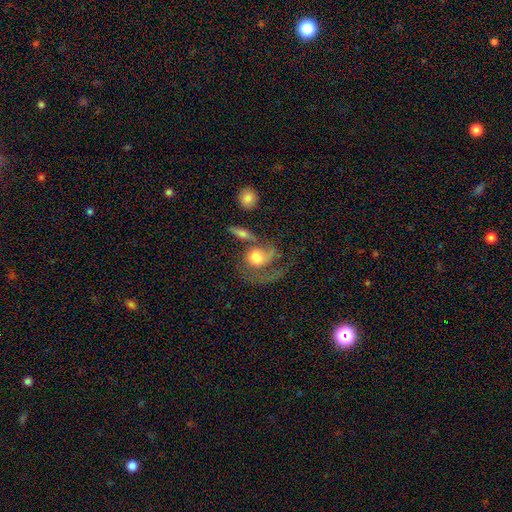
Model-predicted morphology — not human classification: smooth_or_featured: featured or disk (p=0.68) [alt: smooth p=0.24]
disk_edge_on: no (p=0.97) [alt: yes p=0.03]
bar: no (p=0.74) [alt: weak p=0.22]
has_spiral_arms: yes (p=0.85) [alt: no p=0.15]
spiral_winding: medium (p=0.41) [alt: loose p=0.37]
spiral_arm_count: 1 (p=0.58) [alt: 2 p=0.26]
bulge_size: moderate (p=0.50) [alt: large p=0.32]
merging: major disturbance (p=0.38) [alt: none p=0.28]